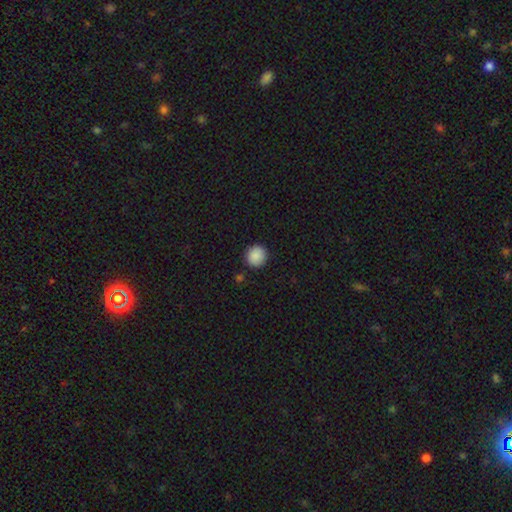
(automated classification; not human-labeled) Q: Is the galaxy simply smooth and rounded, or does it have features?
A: smooth — 89%.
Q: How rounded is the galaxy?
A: round — 93%.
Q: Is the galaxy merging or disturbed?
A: none — 89%.